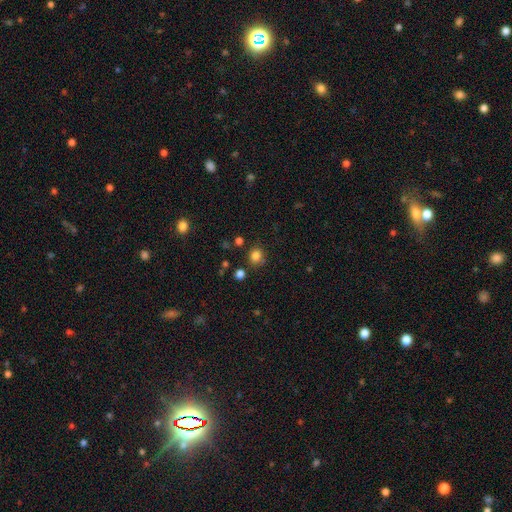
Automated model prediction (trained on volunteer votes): Morphology: type=smooth (82%); roundness=round (78%); merging=none (80%).